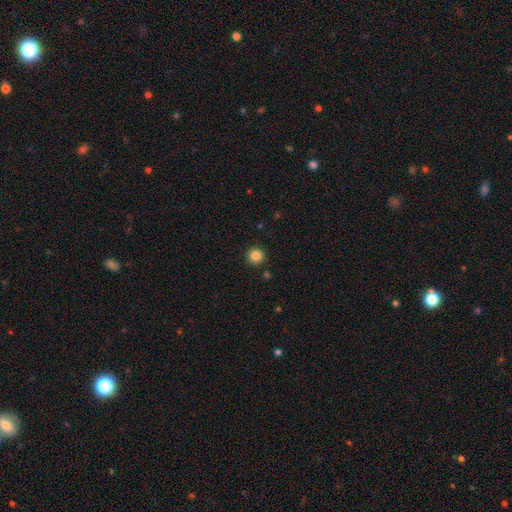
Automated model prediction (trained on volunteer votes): This appears to be a smooth galaxy with no disk features (85%) that is round (96%). Merging: none (92%).